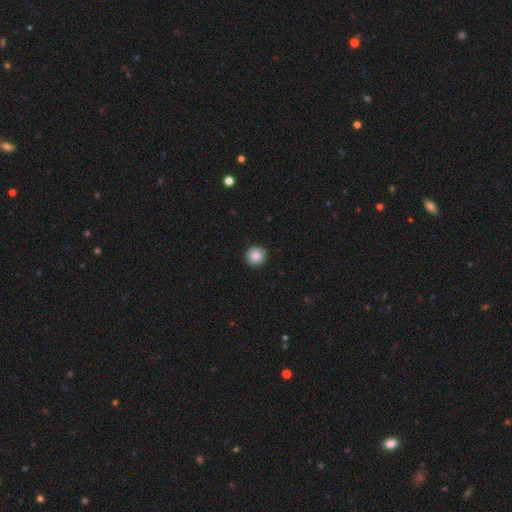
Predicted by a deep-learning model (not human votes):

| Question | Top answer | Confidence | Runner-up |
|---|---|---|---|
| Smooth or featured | smooth | 87% | star or artifact (9%) |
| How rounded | round | 95% | in between (4%) |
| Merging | none | 90% | minor disturbance (7%) |